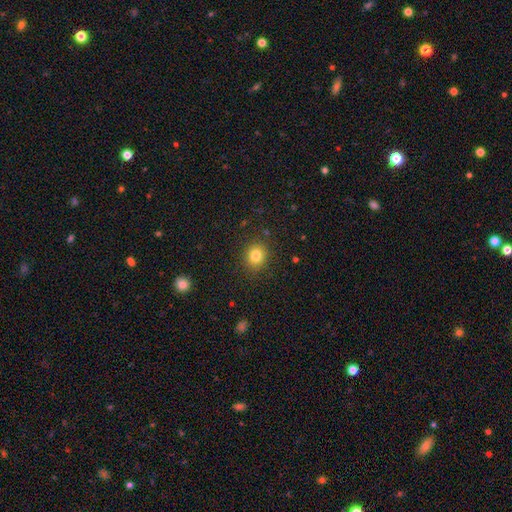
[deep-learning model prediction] Overall: smooth (82%). How rounded: round (79%). Merging: none (88%).